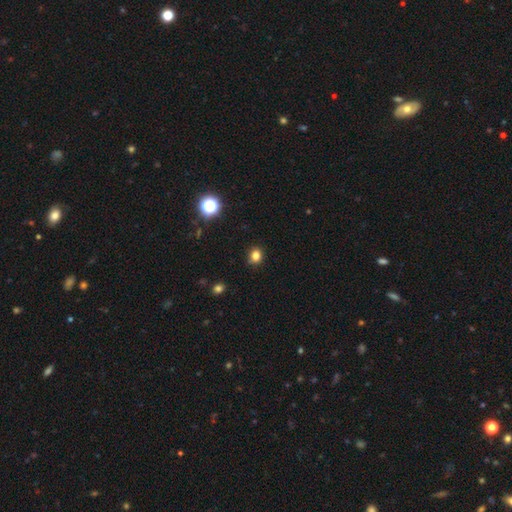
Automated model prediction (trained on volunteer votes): Smooth or featured: smooth — 80% (star or artifact — 15%)
How rounded: round — 72% (in between — 27%)
Merging: none — 85% (minor disturbance — 12%)